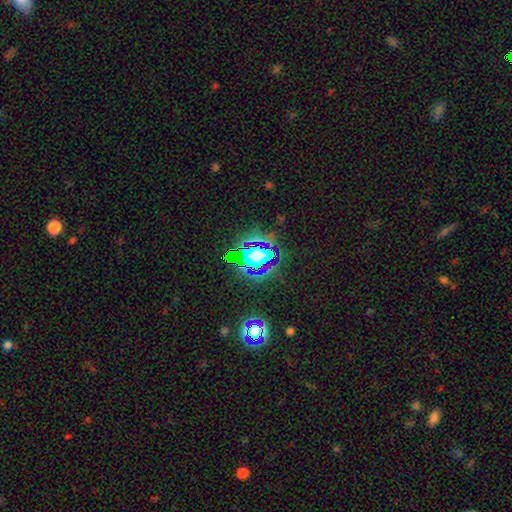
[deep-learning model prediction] Morphology: type=star or artifact (79%).